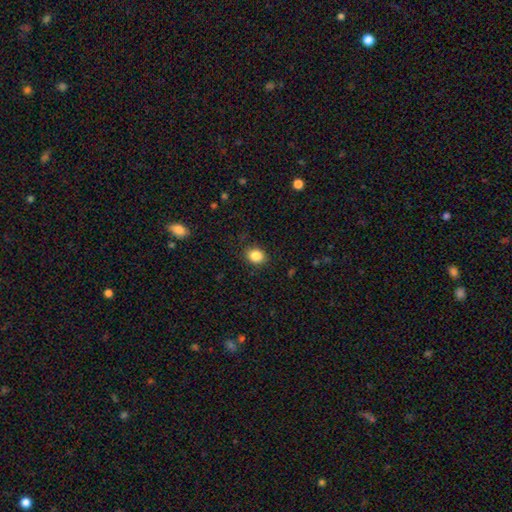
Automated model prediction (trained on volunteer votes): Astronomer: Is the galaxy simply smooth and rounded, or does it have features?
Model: smooth — 85%.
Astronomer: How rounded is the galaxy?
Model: round — 55% (runner-up: in between, 44%).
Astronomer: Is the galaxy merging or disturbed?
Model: none — 87%.